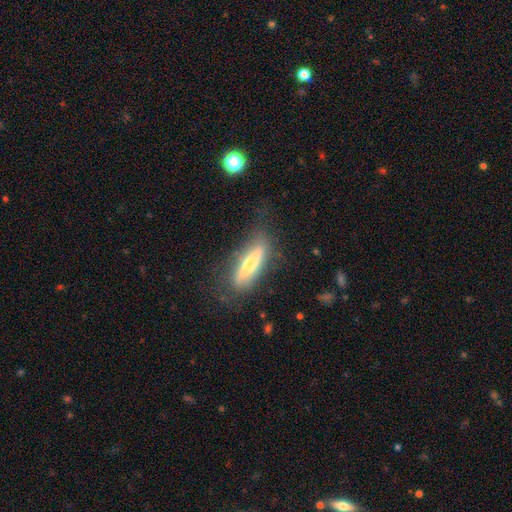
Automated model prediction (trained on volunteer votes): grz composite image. It shows a featured or disk galaxy (50%) viewed edge-on (72%). Merging: none (71%).